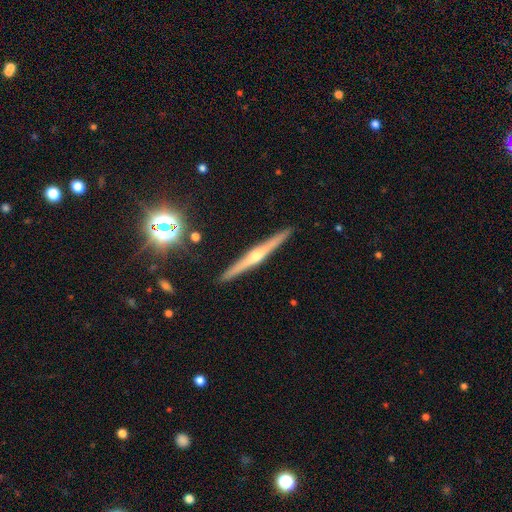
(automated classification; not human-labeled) Smooth or featured? Predicted: featured or disk (p=0.77). Edge-on disk? Predicted: yes (p=0.98). Edge-on bulge? Predicted: rounded (p=0.85). Merging? Predicted: none (p=0.92).